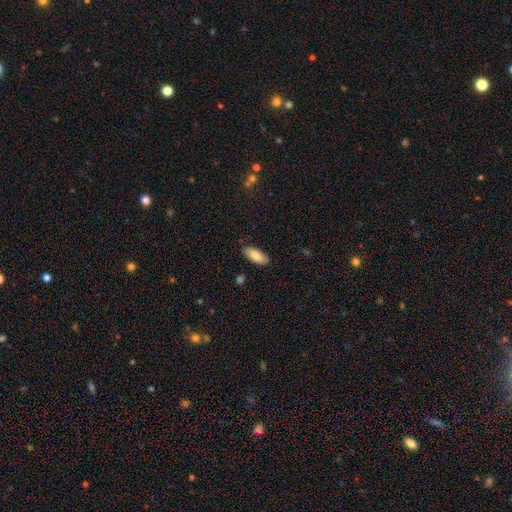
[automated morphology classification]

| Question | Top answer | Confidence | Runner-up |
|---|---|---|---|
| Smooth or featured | smooth | 84% | featured or disk (10%) |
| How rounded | in between | 86% | cigar-shaped (12%) |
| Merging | none | 85% | minor disturbance (12%) |